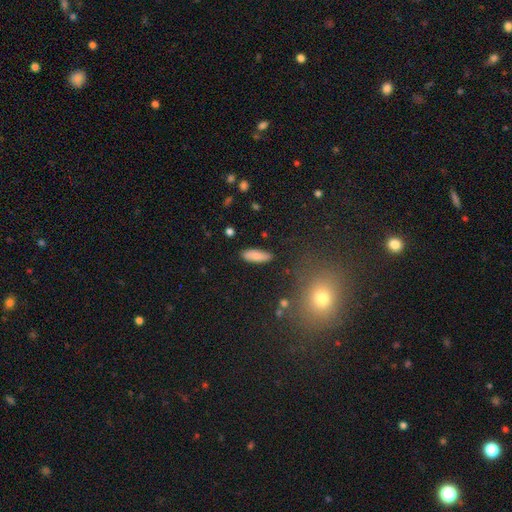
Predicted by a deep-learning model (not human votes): Q: Smooth or featured?
A: smooth (84%); runner-up: featured or disk (9%)
Q: How rounded?
A: in between (63%); runner-up: cigar-shaped (35%)
Q: Merging?
A: none (87%); runner-up: minor disturbance (9%)